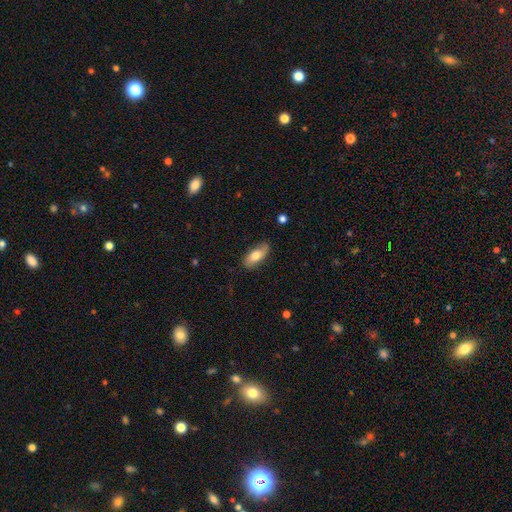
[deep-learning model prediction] Morphology: type=smooth (72%); roundness=in between (82%); merging=none (79%).